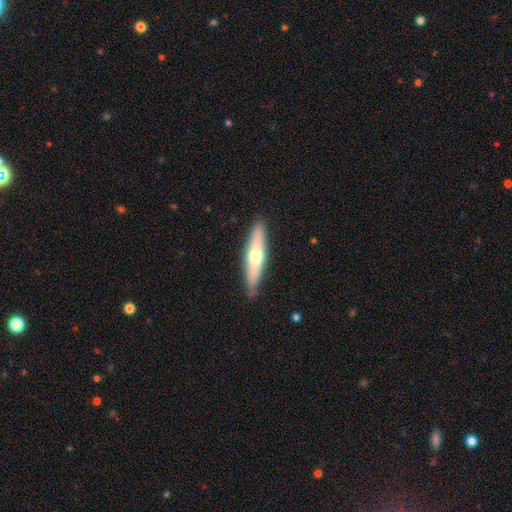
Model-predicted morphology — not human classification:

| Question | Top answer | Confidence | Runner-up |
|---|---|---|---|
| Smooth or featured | smooth | 53% | featured or disk (42%) |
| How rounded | cigar-shaped | 78% | in between (20%) |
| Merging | none | 86% | minor disturbance (11%) |